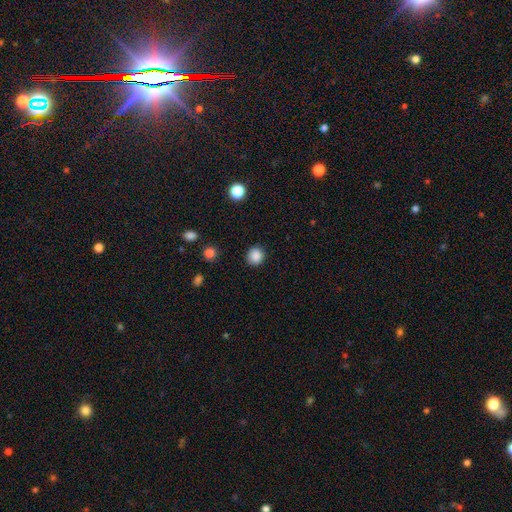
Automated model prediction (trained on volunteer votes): Q: Smooth or featured?
A: smooth (87%); runner-up: star or artifact (10%)
Q: How rounded?
A: round (88%); runner-up: in between (11%)
Q: Merging?
A: none (90%); runner-up: minor disturbance (7%)